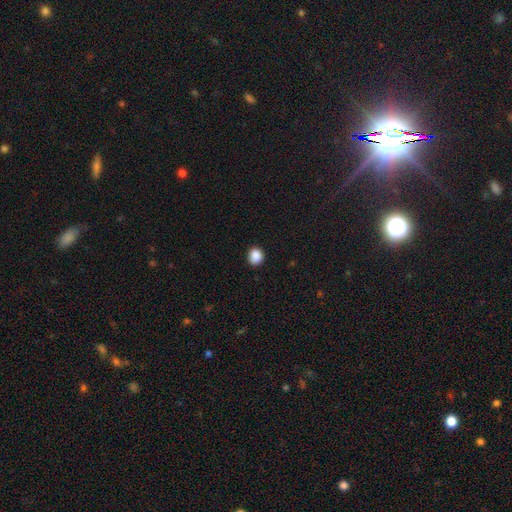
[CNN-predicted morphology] Overall: smooth (88%). How rounded: round (78%). Merging: none (90%).